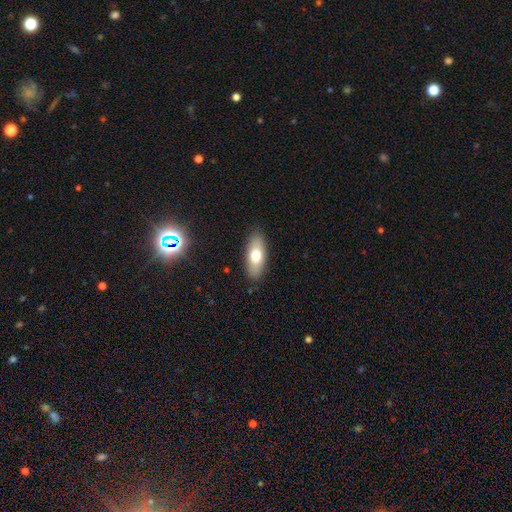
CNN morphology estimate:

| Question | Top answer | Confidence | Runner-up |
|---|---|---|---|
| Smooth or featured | smooth | 70% | featured or disk (23%) |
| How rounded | in between | 79% | cigar-shaped (18%) |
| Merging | none | 87% | minor disturbance (9%) |